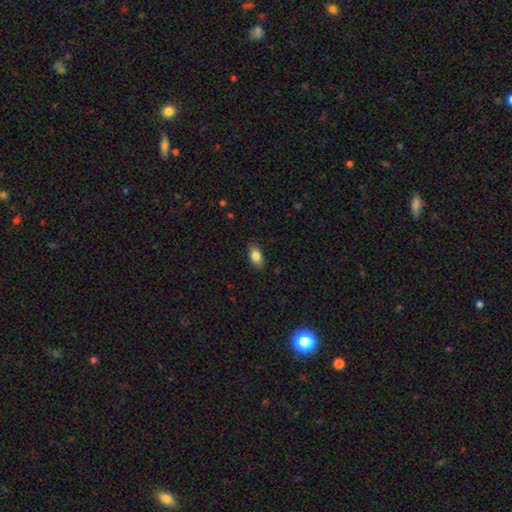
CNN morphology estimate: This is clearly a smooth galaxy (85%). How rounded: clearly in between (90%). Merging: clearly none (87%).